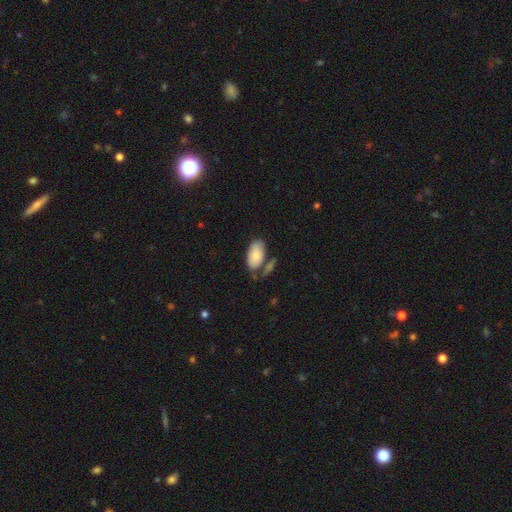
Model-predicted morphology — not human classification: The model was most divided on "merging": none: 55%, minor disturbance: 21%, merger: 16%, major disturbance: 8%. More confident: how rounded — in between (95%); smooth or featured — smooth (80%).